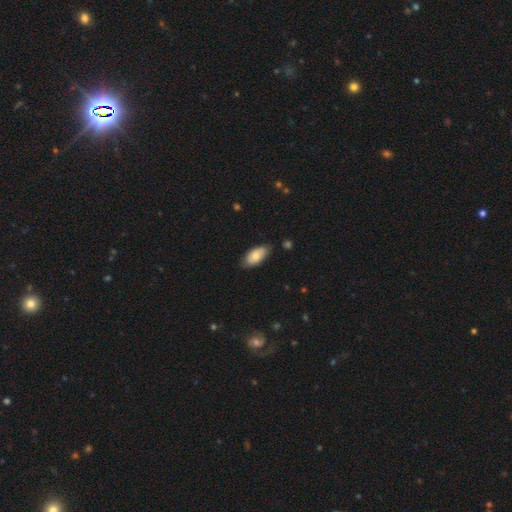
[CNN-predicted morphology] smooth_or_featured: smooth (p=0.75) [alt: featured or disk p=0.19]
how_rounded: in between (p=0.93) [alt: cigar-shaped p=0.04]
merging: none (p=0.77) [alt: minor disturbance p=0.19]